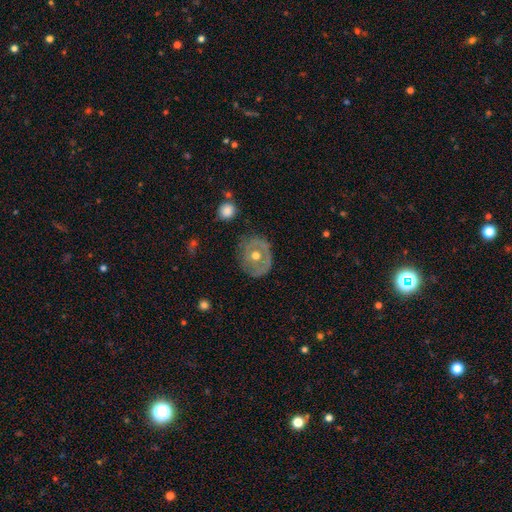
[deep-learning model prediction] Smooth or featured? featured or disk (55%)
Edge-on disk? no (95%)
Bar? no (86%)
Spiral arms? no (72%)
Bulge size? moderate (79%)
Merging? none (71%)